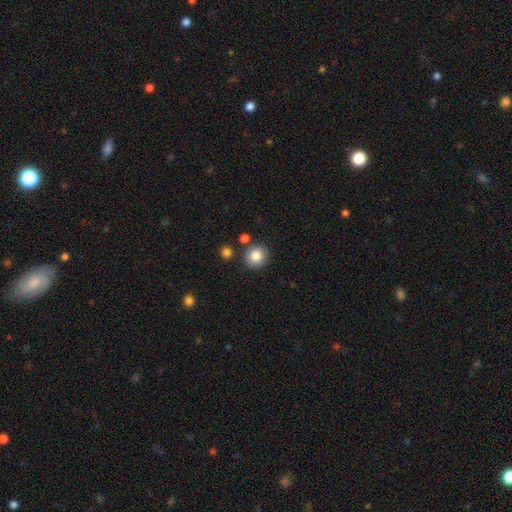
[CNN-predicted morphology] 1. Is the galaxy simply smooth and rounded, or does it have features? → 84% smooth, 10% star or artifact, 7% featured or disk.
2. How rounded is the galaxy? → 90% round, 10% in between, 1% cigar-shaped.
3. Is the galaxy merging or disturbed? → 84% none, 8% minor disturbance, 6% merger, 2% major disturbance.